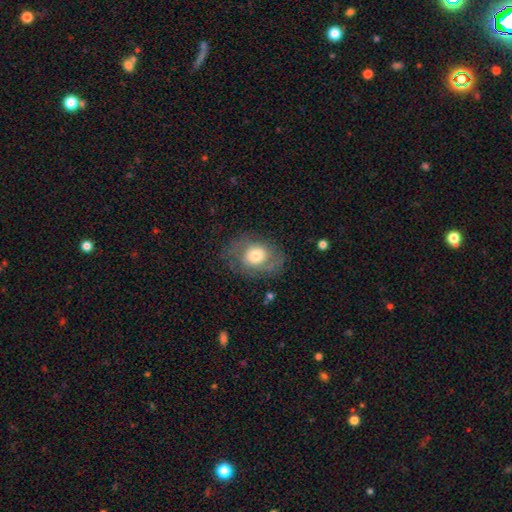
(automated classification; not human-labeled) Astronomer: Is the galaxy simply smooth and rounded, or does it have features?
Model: smooth — 52% (runner-up: featured or disk, 39%).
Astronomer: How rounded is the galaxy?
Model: in between — 52% (runner-up: round, 47%).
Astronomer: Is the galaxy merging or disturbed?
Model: none — 66%.